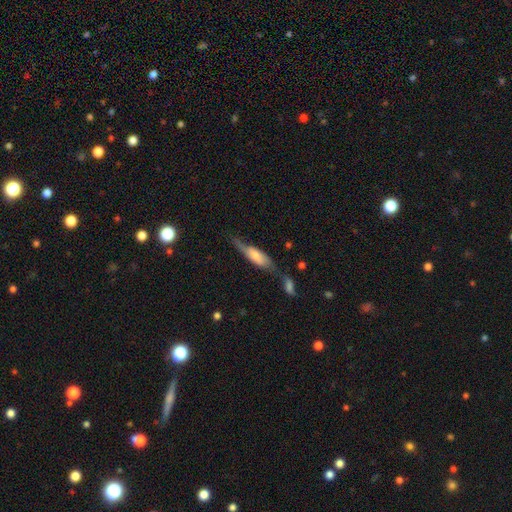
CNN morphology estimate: A smooth galaxy with no disk features (48%). Merging: none (34%).